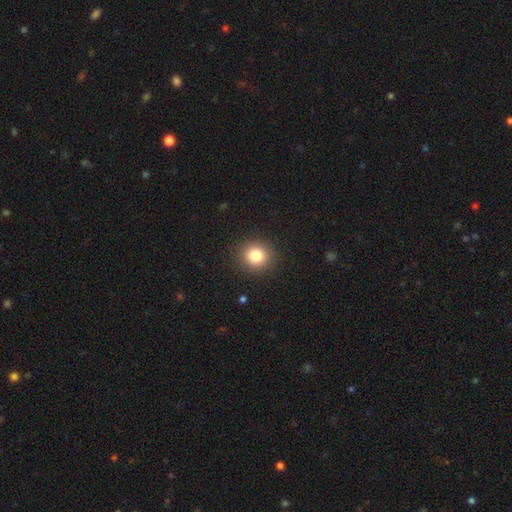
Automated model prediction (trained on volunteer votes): Smooth or featured? Predicted: smooth (p=0.82). How rounded? Predicted: round (p=0.87). Merging? Predicted: none (p=0.90).